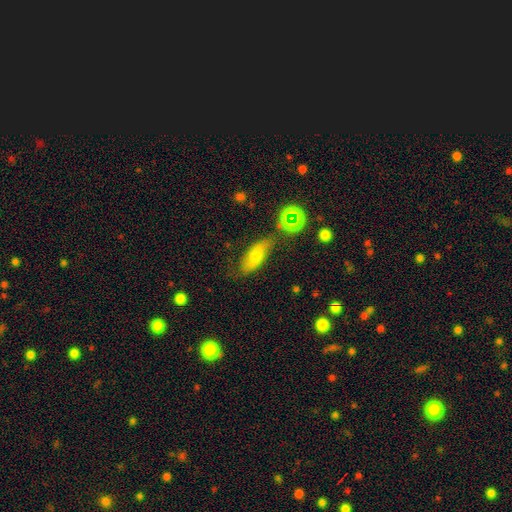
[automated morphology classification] Smooth or featured: smooth — 51% (featured or disk — 33%)
How rounded: in between — 70% (cigar-shaped — 24%)
Merging: none — 65% (minor disturbance — 22%)